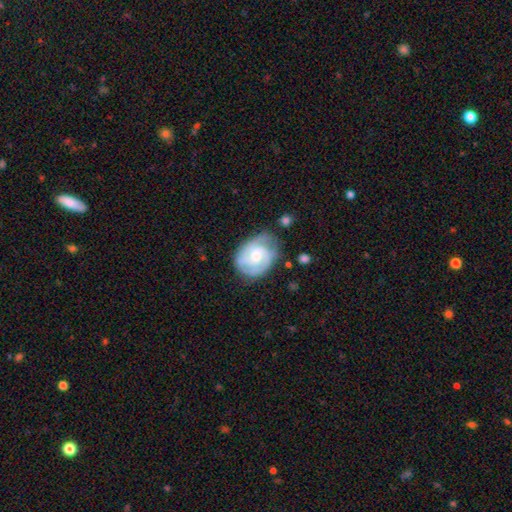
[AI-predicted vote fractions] A featured or disk galaxy (74%) with no bar (66%), 2 (36%) tight (57%) spiral arms (92%) and a moderate central bulge (55%). Merging: none (63%).